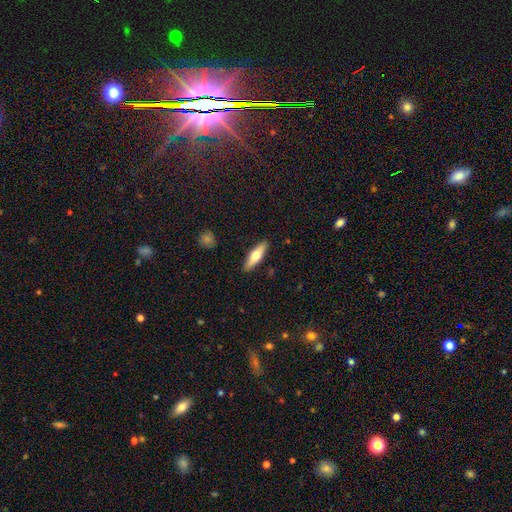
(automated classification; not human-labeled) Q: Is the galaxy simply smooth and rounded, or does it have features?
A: smooth — 55%.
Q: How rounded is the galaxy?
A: cigar-shaped — 58%.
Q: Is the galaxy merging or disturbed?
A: none — 89%.